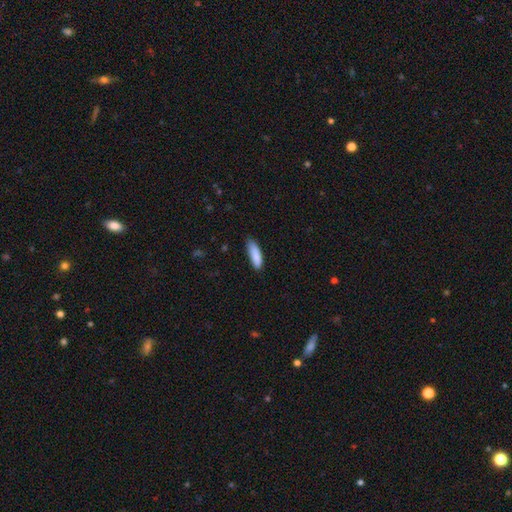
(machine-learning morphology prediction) This is clearly a smooth galaxy (88%). How rounded: possibly in between (50%). Merging: likely none (72%).